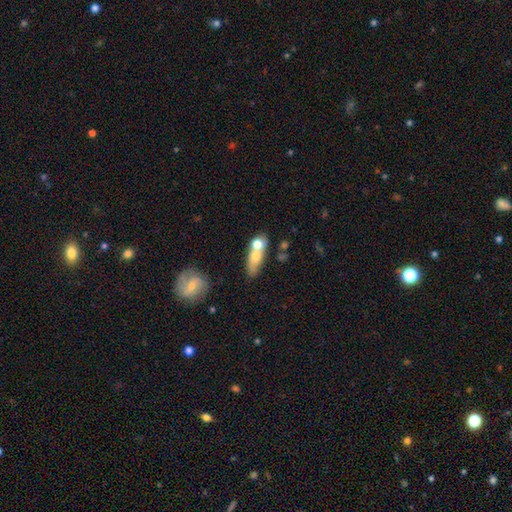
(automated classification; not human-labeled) Q: Smooth or featured?
A: smooth (64%); runner-up: featured or disk (28%)
Q: How rounded?
A: in between (52%); runner-up: cigar-shaped (30%)
Q: Merging?
A: merger (51%); runner-up: none (32%)